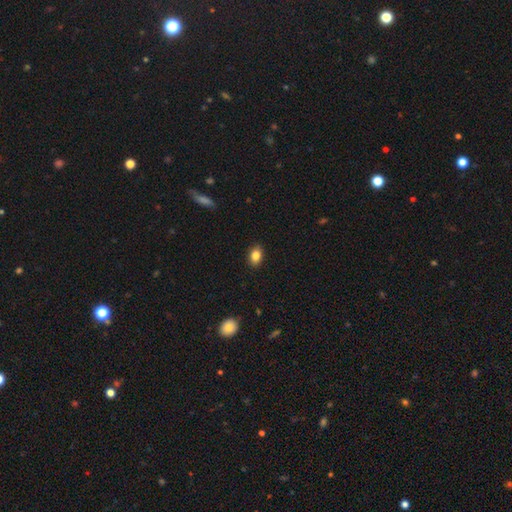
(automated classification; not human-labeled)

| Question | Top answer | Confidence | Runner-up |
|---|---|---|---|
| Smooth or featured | smooth | 85% | star or artifact (9%) |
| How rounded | in between | 80% | round (19%) |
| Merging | none | 89% | minor disturbance (8%) |